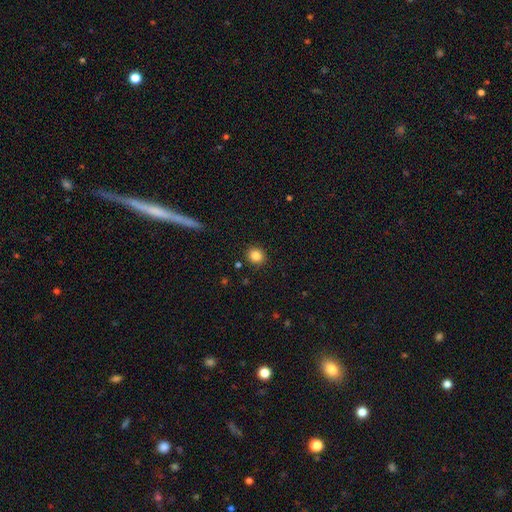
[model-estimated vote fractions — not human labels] Overall: smooth (84%). How rounded: round (86%). Merging: none (90%).